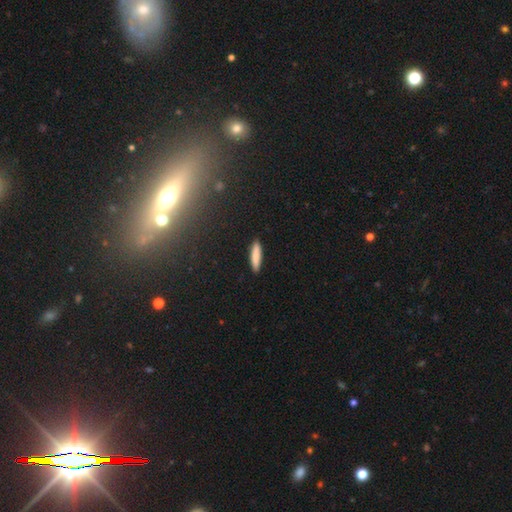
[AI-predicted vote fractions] This is clearly a smooth galaxy (85%). How rounded: clearly cigar-shaped (83%). Merging: clearly none (89%).